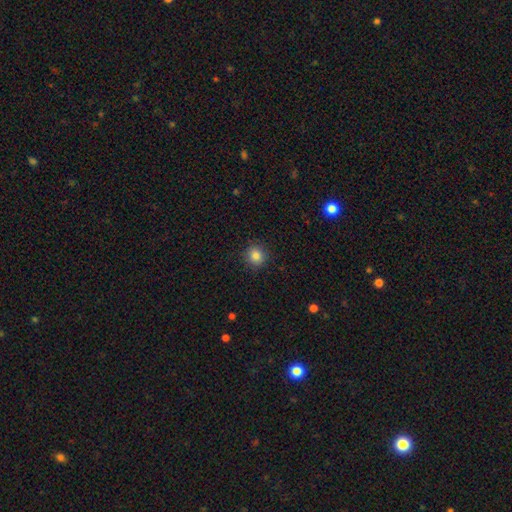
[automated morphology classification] A smooth galaxy with no disk features (84%) that is round (89%). Merging: none (90%).